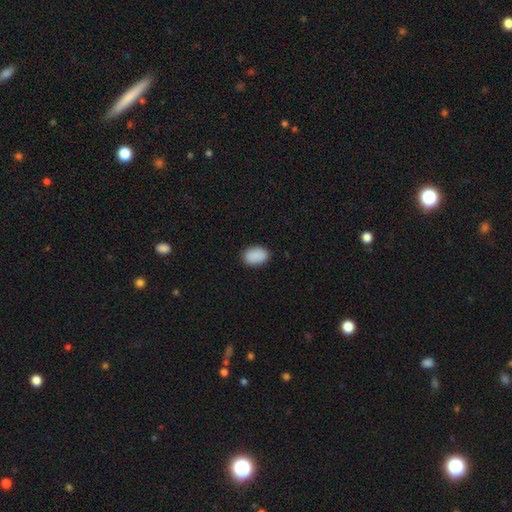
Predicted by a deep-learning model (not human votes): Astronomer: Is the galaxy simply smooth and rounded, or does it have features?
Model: smooth — 90%.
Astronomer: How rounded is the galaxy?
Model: in between — 84%.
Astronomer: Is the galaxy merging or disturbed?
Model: none — 88%.